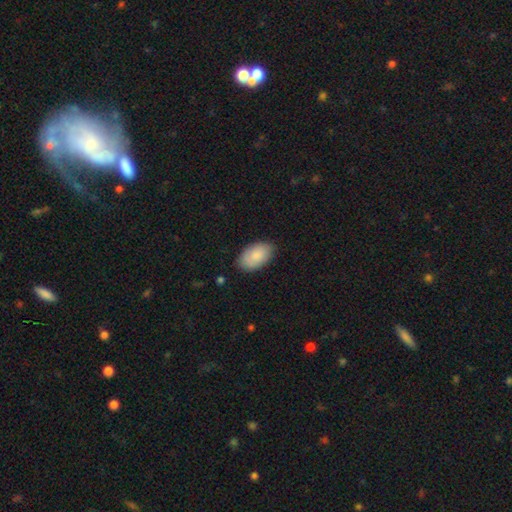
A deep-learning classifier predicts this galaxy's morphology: Smooth or featured?
  - smooth: 84% *
  - featured or disk: 10%
  - star or artifact: 6%
How rounded?
  - in between: 94% *
  - round: 5%
  - cigar-shaped: 1%
Merging?
  - none: 82% *
  - minor disturbance: 14%
  - major disturbance: 3%
  - merger: 1%